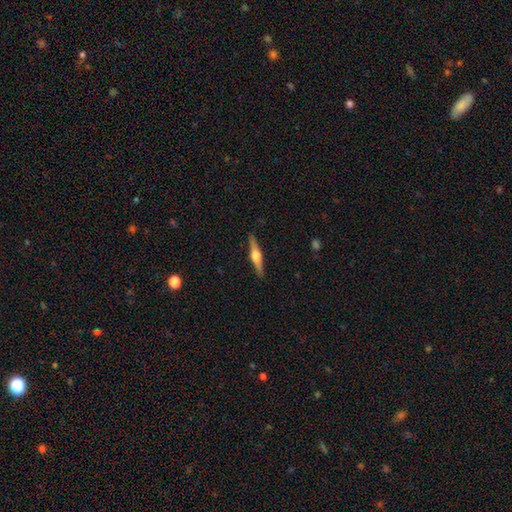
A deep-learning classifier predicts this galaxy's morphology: type=featured or disk (73%); edge-on=yes (98%); edge-on bulge=rounded (92%); merging=none (90%).